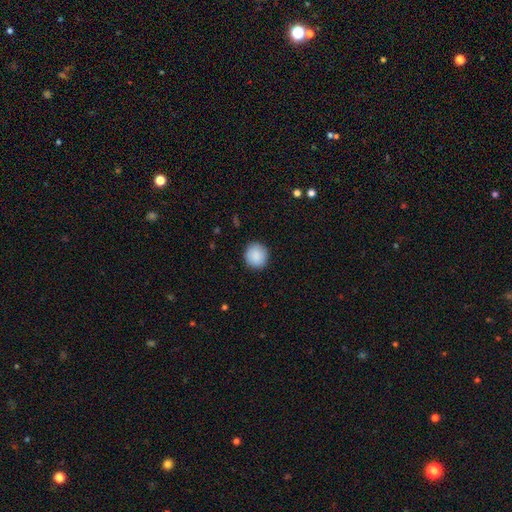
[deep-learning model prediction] smooth_or_featured: smooth (p=0.89) [alt: star or artifact p=0.07]
how_rounded: round (p=0.91) [alt: in between p=0.08]
merging: none (p=0.90) [alt: minor disturbance p=0.07]